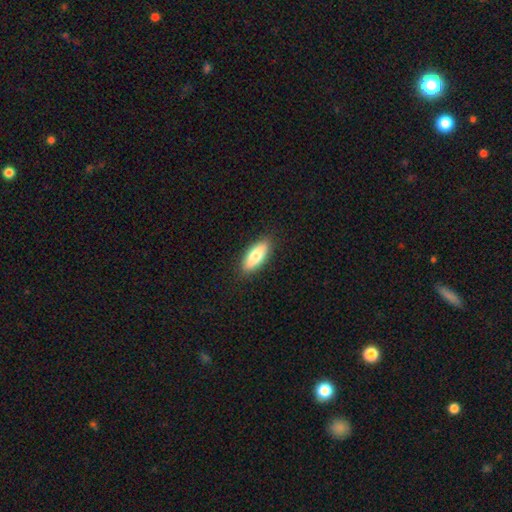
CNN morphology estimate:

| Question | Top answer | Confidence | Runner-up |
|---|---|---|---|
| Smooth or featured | smooth | 79% | featured or disk (15%) |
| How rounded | in between | 72% | cigar-shaped (26%) |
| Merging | none | 89% | minor disturbance (8%) |